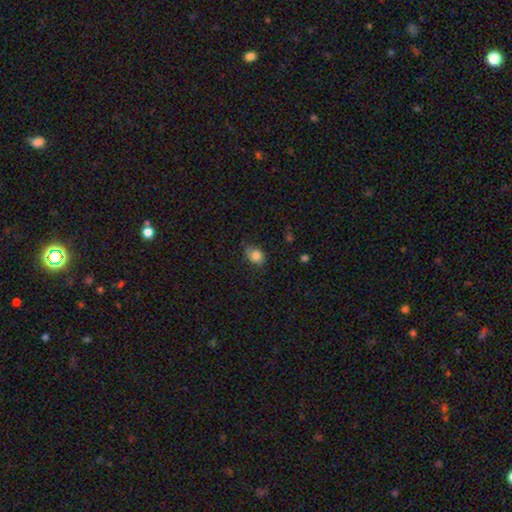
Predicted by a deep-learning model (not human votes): Smooth or featured?
  - smooth: 80% *
  - featured or disk: 11%
  - star or artifact: 9%
How rounded?
  - in between: 68% *
  - round: 30%
  - cigar-shaped: 1%
Merging?
  - none: 70% *
  - minor disturbance: 24%
  - major disturbance: 5%
  - merger: 1%